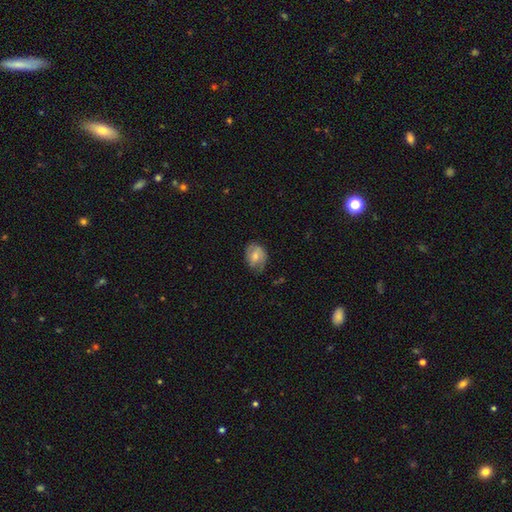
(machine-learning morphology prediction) The model was most divided on "how rounded": in between: 59%, round: 40%, cigar-shaped: 1%. More confident: merging — none (60%); smooth or featured — smooth (56%).